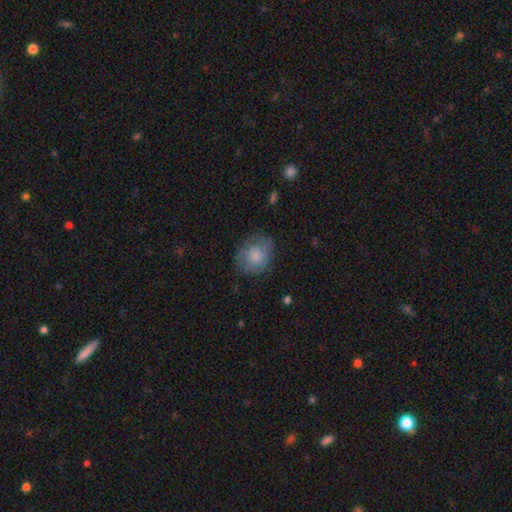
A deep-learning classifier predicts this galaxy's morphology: Smooth or featured?
  - smooth: 77% *
  - featured or disk: 15%
  - star or artifact: 7%
How rounded?
  - round: 66% *
  - in between: 34%
  - cigar-shaped: 1%
Merging?
  - none: 70% *
  - minor disturbance: 21%
  - major disturbance: 8%
  - merger: 1%